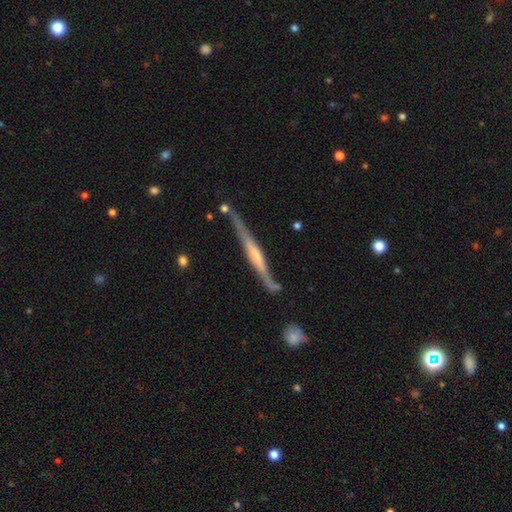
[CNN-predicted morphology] Smooth or featured?
  - featured or disk: 74% *
  - smooth: 21%
  - star or artifact: 5%
Edge-on disk?
  - yes: 93% *
  - no: 7%
Edge-on bulge?
  - rounded: 49% *
  - none: 34%
  - boxy: 17%
Merging?
  - none: 64% *
  - minor disturbance: 23%
  - major disturbance: 7%
  - merger: 6%